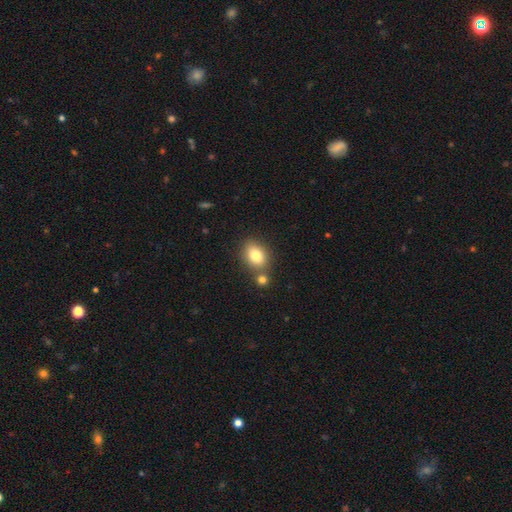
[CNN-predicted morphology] This appears to be a smooth galaxy with no disk features (80%) that is in between round and cigar-shaped (69%). Merging: none (65%).